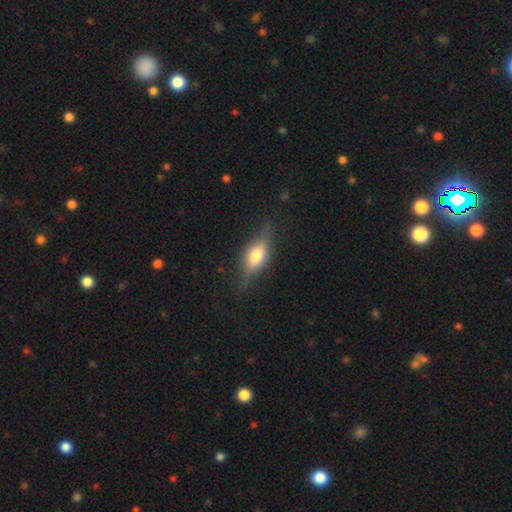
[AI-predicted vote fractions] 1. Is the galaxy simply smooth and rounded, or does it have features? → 49% smooth, 42% featured or disk, 8% star or artifact.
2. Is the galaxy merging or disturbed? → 73% none, 20% minor disturbance, 6% major disturbance, 1% merger.